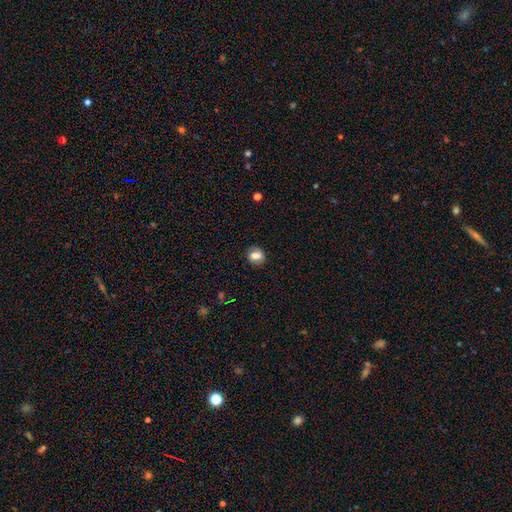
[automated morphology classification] This is likely a smooth galaxy (74%). How rounded: possibly round (59%). Merging: clearly none (85%).